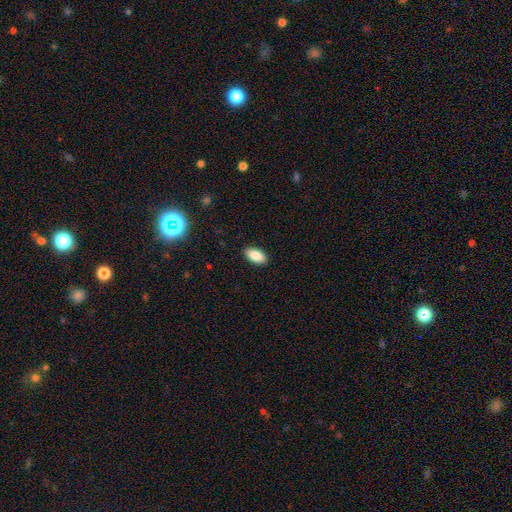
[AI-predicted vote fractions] A smooth galaxy with no disk features (88%) that is in between round and cigar-shaped (93%). Merging: none (89%).